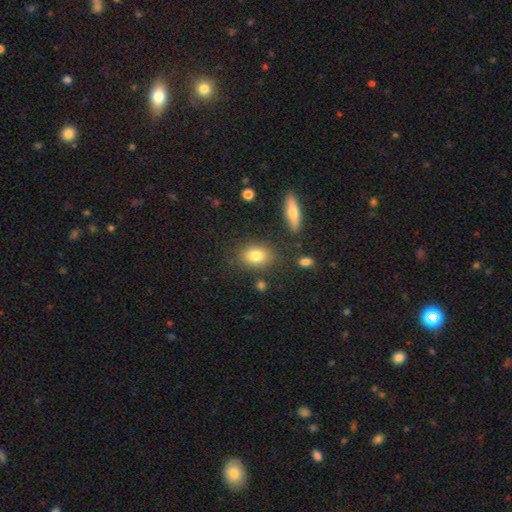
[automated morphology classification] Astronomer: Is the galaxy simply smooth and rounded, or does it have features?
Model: smooth — 80%.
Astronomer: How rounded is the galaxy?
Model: in between — 72%.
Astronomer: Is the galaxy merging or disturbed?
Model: none — 79%.